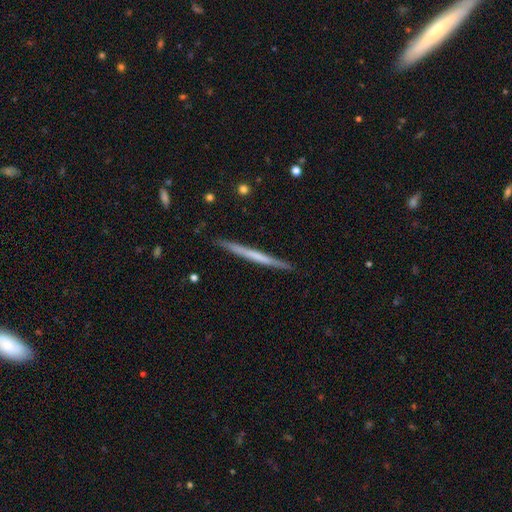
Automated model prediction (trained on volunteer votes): Smooth or featured? Predicted: featured or disk (p=0.51). Edge-on disk? Predicted: yes (p=0.97). Merging? Predicted: none (p=0.90).